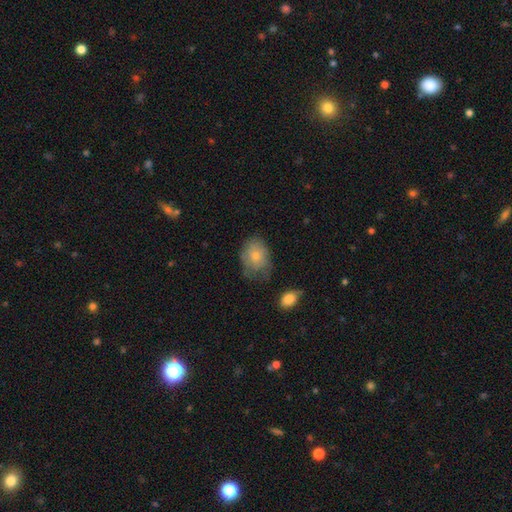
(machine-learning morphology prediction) type=smooth (74%); roundness=in between (62%); merging=none (46%).